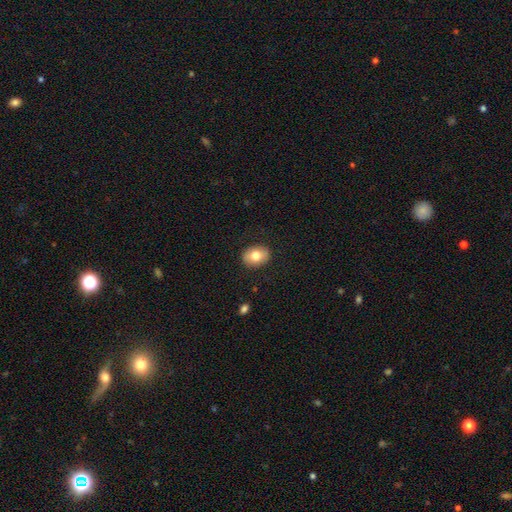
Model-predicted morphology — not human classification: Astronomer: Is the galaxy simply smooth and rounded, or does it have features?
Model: smooth — 77%.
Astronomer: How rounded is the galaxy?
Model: in between — 60% (runner-up: round, 39%).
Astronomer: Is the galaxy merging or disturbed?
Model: none — 88%.